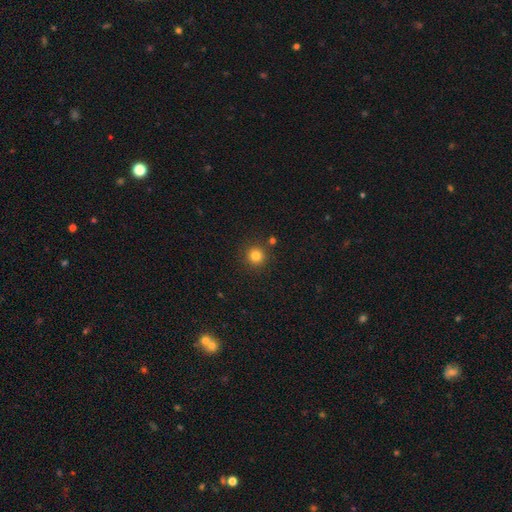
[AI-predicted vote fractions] Smooth or featured?
  - smooth: 82% *
  - star or artifact: 13%
  - featured or disk: 5%
How rounded?
  - round: 95% *
  - in between: 5%
  - cigar-shaped: 1%
Merging?
  - none: 87% *
  - minor disturbance: 7%
  - merger: 4%
  - major disturbance: 2%